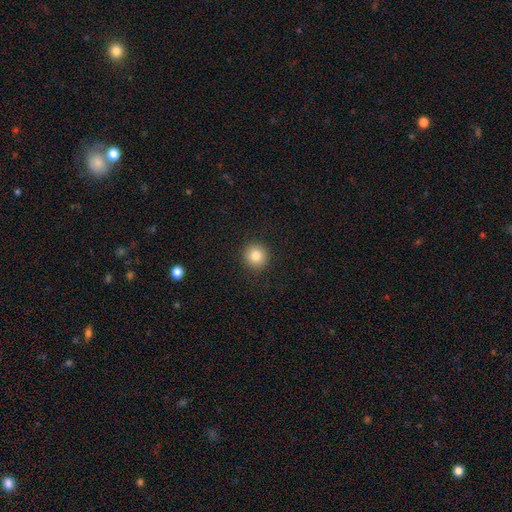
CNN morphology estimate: Smooth or featured? smooth (84%)
How rounded? round (94%)
Merging? none (92%)